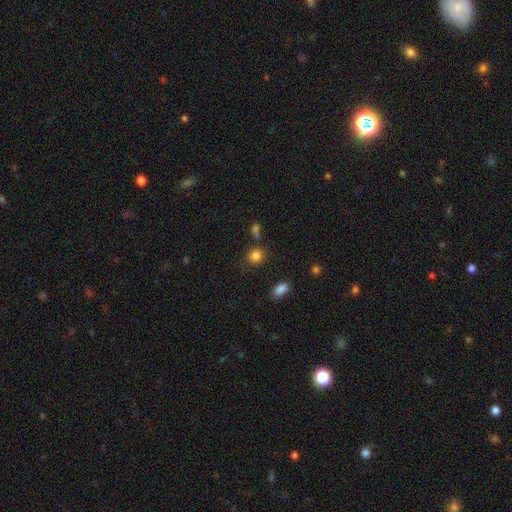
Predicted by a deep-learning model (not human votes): A smooth galaxy with no disk features (83%) that is round (80%). Merging: none (74%).